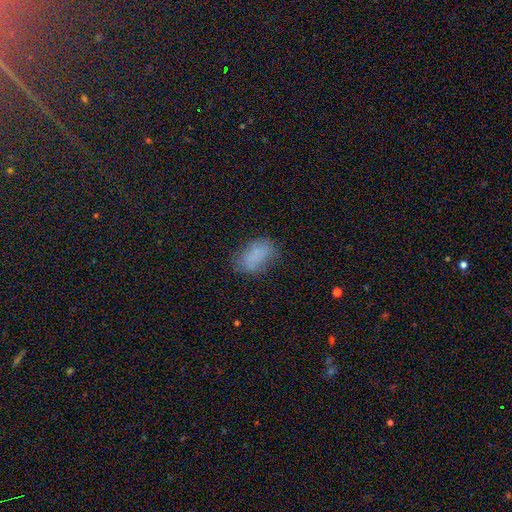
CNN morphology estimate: A smooth galaxy with no disk features (77%) that is in between round and cigar-shaped (91%).

Vote fractions:
- Smooth or featured? smooth: 77% / star or artifact: 12% / featured or disk: 11%
- How rounded? in between: 91% / round: 7% / cigar-shaped: 2%
- Merging? none: 64% / minor disturbance: 24% / major disturbance: 10% / merger: 2%